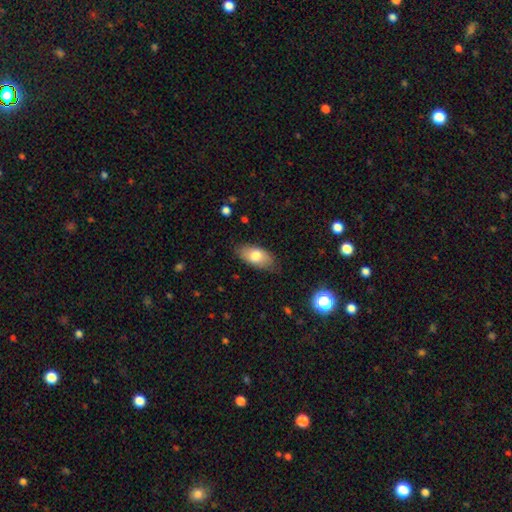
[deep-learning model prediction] A smooth galaxy with no disk features (76%) that is in between round and cigar-shaped (92%). Merging: none (80%).